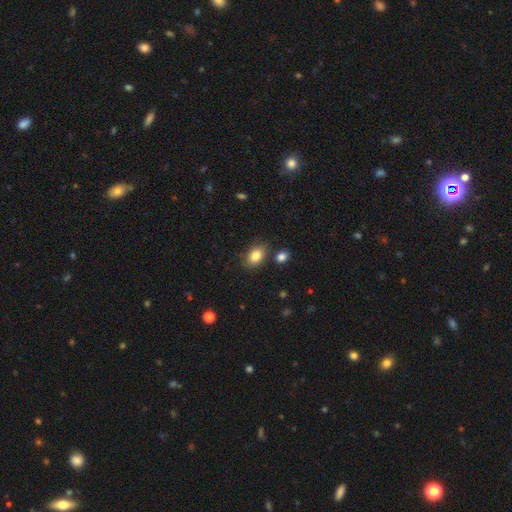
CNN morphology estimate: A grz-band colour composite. It shows a smooth galaxy with no disk features (84%) that is in between round and cigar-shaped (81%). Merging: none (78%).